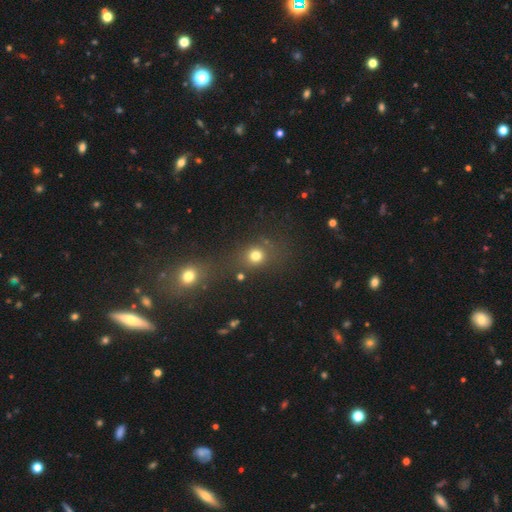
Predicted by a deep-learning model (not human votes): The model was most divided on "merging": none: 60%, merger: 23%, minor disturbance: 10%, major disturbance: 7%. More confident: how rounded — round (79%); smooth or featured — smooth (74%).